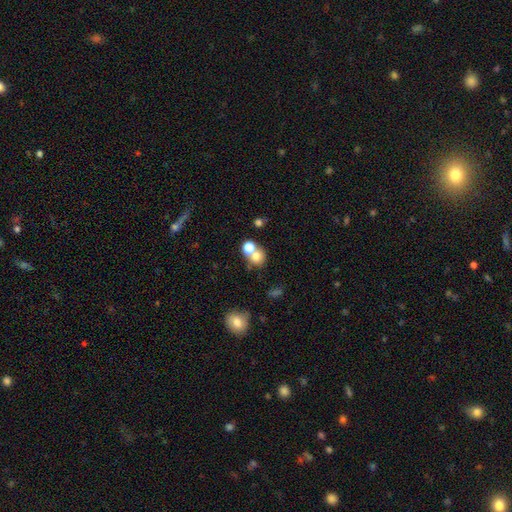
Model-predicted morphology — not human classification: Smooth or featured? Predicted: smooth (p=0.74). How rounded? Predicted: round (p=0.77). Merging? Predicted: none (p=0.45).